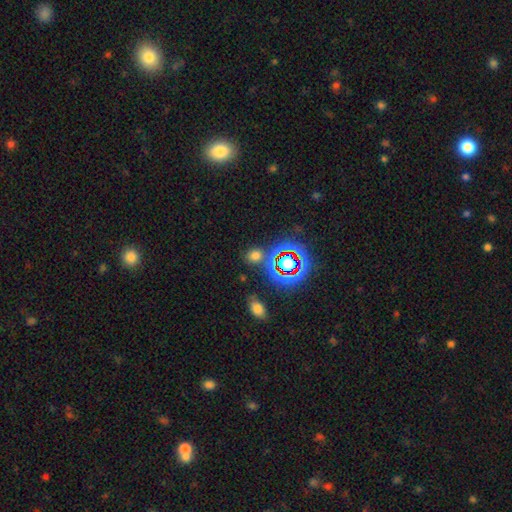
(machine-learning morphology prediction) A smooth galaxy with no disk features (63%) that is round (68%). Merging: none (78%).